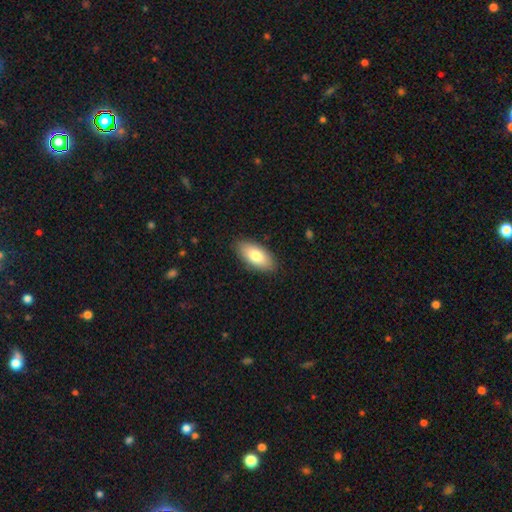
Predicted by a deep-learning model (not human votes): Smooth or featured: smooth — 78% (featured or disk — 16%)
How rounded: in between — 91% (cigar-shaped — 7%)
Merging: none — 87% (minor disturbance — 10%)